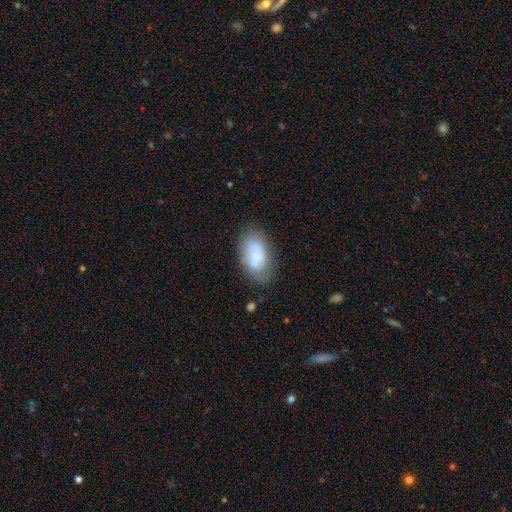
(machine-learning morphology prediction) A smooth galaxy with no disk features (68%) that is in between round and cigar-shaped (93%). Merging: none (62%).